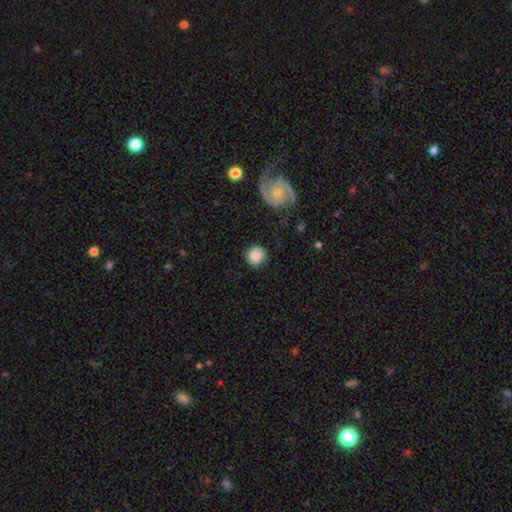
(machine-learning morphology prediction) The model was most divided on "merging": none: 76%, minor disturbance: 16%, major disturbance: 5%, merger: 2%. More confident: how rounded — round (88%); smooth or featured — smooth (79%).